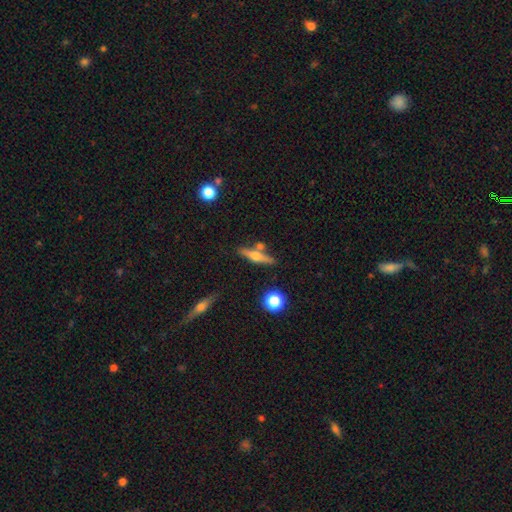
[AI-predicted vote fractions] A featured or disk galaxy (59%) viewed edge-on (95%) with a rounded central bulge (91%).

Vote fractions:
- Smooth or featured? featured or disk: 59% / smooth: 34% / star or artifact: 7%
- Edge-on disk? yes: 95% / no: 5%
- Edge-on bulge? rounded: 91% / boxy: 5% / none: 4%
- Merging? none: 73% / merger: 13% / minor disturbance: 11% / major disturbance: 3%